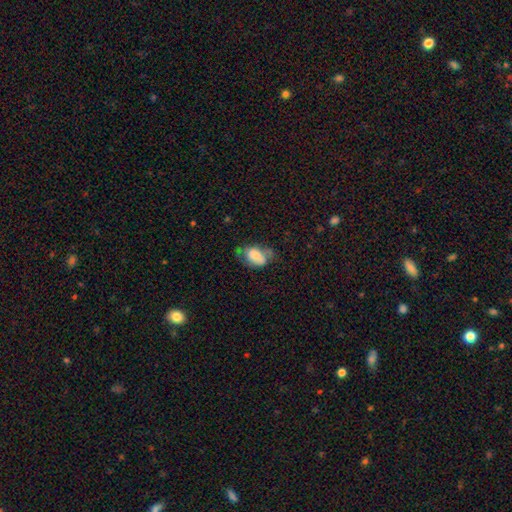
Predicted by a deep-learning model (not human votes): A smooth galaxy with no disk features (61%) that is in between round and cigar-shaped (87%). Merging: none (42%).